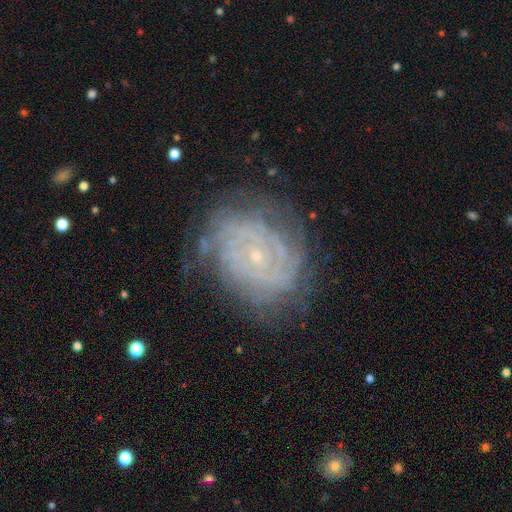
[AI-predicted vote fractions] Morphology: type=featured or disk (82%); edge-on=no (97%); bar=no (78%); spiral arms=yes (92%); winding=tight (79%); arm count=can't tell (40%); bulge=small (86%); merging=none (73%).